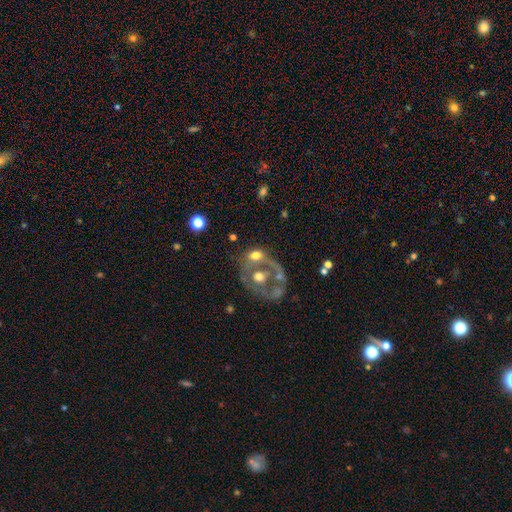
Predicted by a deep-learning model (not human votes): A featured or disk galaxy (50%).

Vote fractions:
- Smooth or featured? featured or disk: 50% / smooth: 39% / star or artifact: 11%
- Merging? merger: 41% / none: 30% / major disturbance: 17% / minor disturbance: 12%